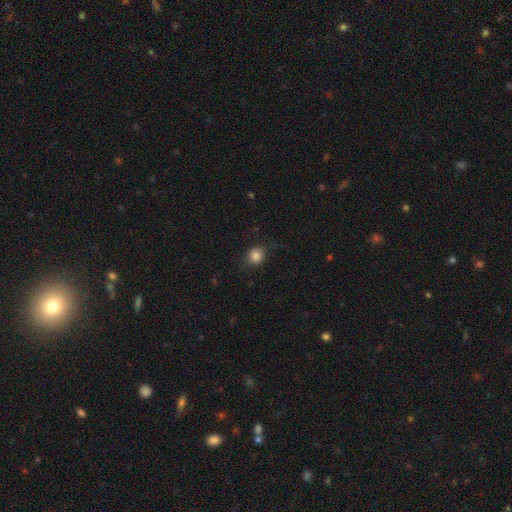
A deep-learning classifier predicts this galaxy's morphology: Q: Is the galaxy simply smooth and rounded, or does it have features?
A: smooth — 84%.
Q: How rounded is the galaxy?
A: round — 77%.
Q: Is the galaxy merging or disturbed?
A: none — 81%.